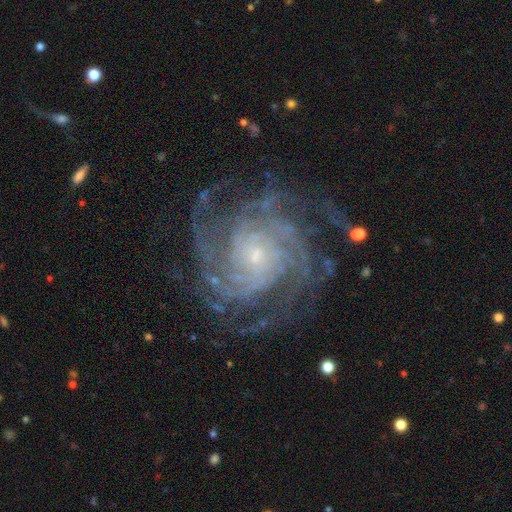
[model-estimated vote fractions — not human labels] Smooth or featured? featured or disk (91%)
Edge-on disk? no (98%)
Bar? no (72%)
Spiral arms? yes (98%)
Spiral winding? tight (70%)
Spiral arm count? 4 (27%)
Bulge size? small (79%)
Merging? none (76%)